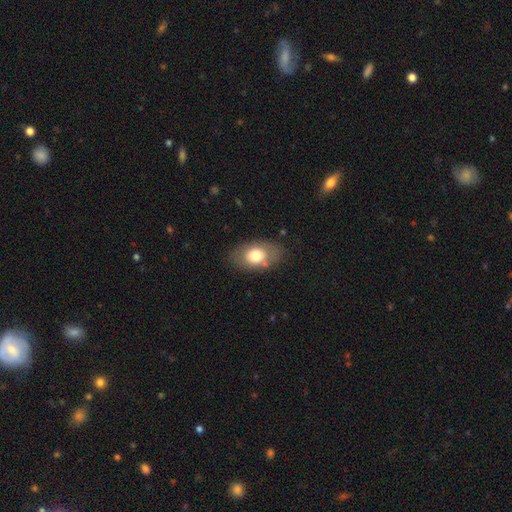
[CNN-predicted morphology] Smooth or featured: smooth — 70% (featured or disk — 22%)
How rounded: in between — 87% (round — 12%)
Merging: none — 78% (minor disturbance — 14%)